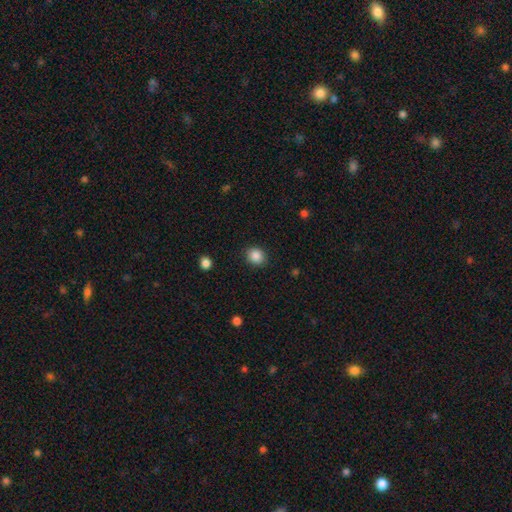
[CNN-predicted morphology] Q: Smooth or featured?
A: smooth (87%); runner-up: star or artifact (9%)
Q: How rounded?
A: round (75%); runner-up: in between (25%)
Q: Merging?
A: none (88%); runner-up: minor disturbance (8%)